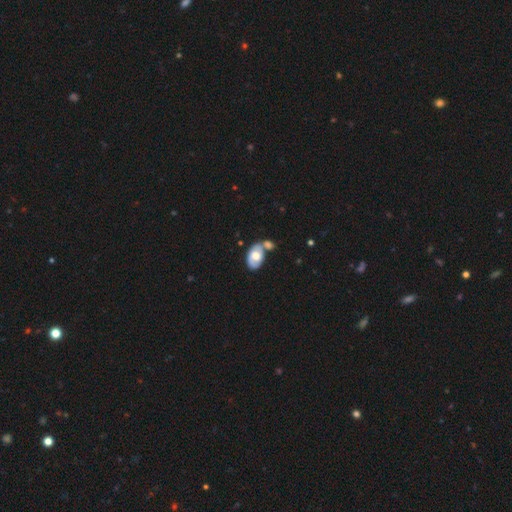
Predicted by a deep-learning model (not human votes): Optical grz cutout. It shows a smooth galaxy with no disk features (48%). Merging: merger (41%).